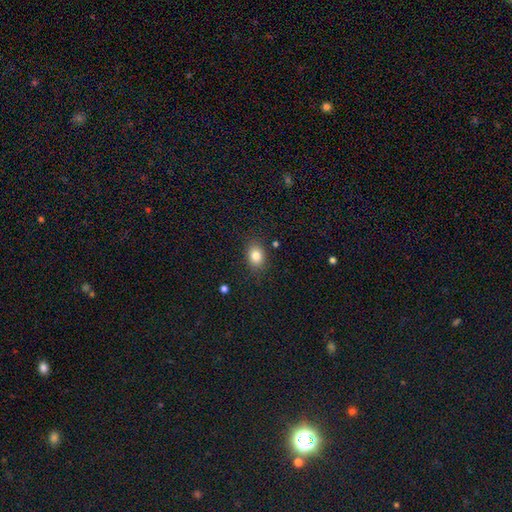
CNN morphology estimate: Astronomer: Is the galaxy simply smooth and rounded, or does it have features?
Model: smooth — 83%.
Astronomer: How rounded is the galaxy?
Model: in between — 65%.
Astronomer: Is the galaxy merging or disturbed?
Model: none — 84%.